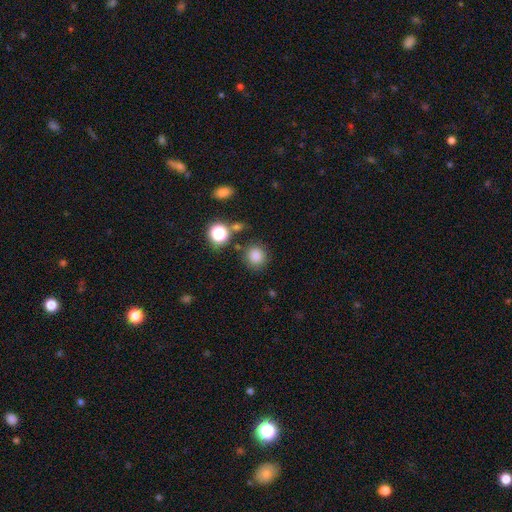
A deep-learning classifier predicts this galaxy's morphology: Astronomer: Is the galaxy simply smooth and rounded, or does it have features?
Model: smooth — 81%.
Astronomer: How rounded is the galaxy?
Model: round — 89%.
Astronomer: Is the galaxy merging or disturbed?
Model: none — 81%.